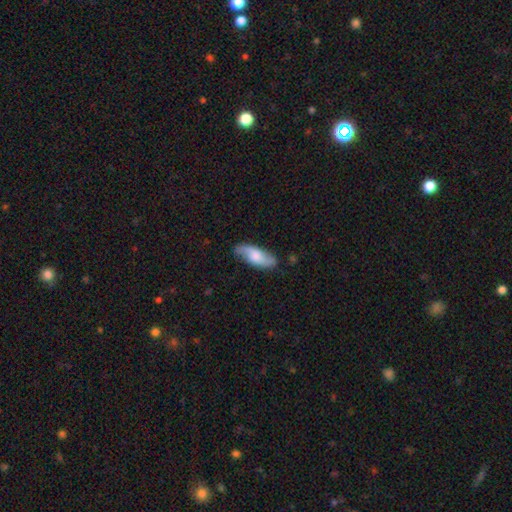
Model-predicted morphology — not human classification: smooth_or_featured: featured or disk (p=0.52) [alt: smooth p=0.42]
disk_edge_on: no (p=0.85) [alt: yes p=0.15]
merging: none (p=0.78) [alt: minor disturbance p=0.16]